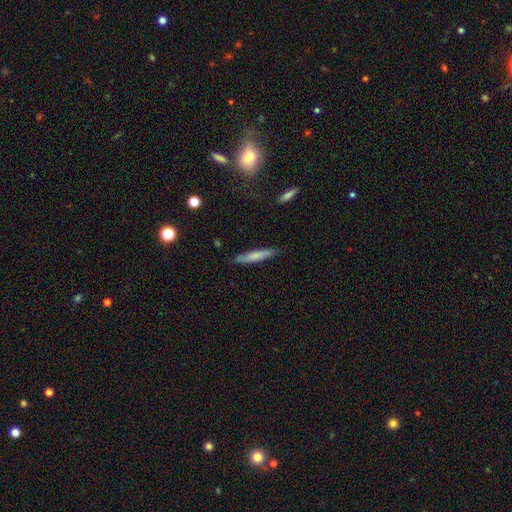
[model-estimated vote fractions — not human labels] Morphology: type=smooth (71%); roundness=cigar-shaped (90%); merging=none (85%).